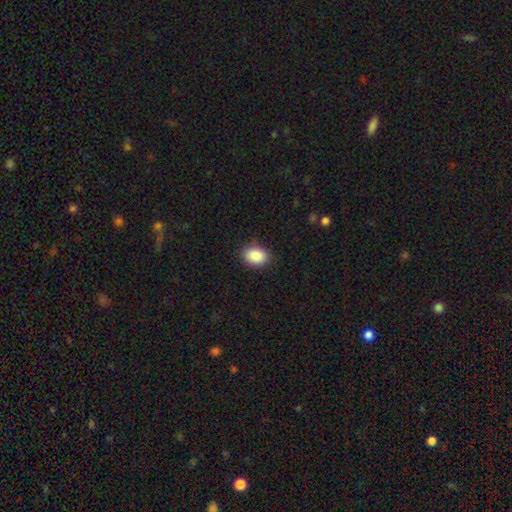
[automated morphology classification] Q: Smooth or featured?
A: smooth (89%); runner-up: star or artifact (8%)
Q: How rounded?
A: in between (75%); runner-up: round (24%)
Q: Merging?
A: none (86%); runner-up: minor disturbance (11%)